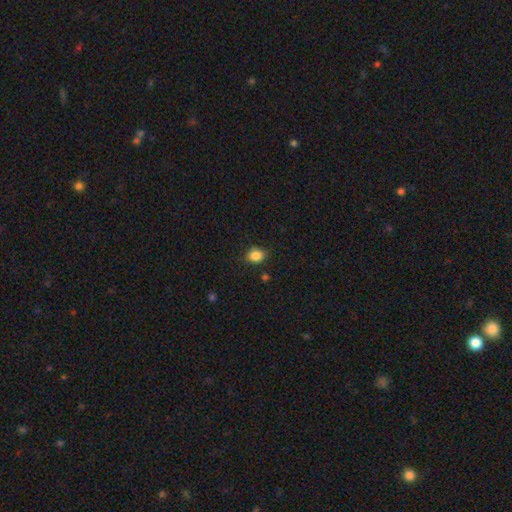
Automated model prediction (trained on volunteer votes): Smooth or featured? Predicted: smooth (p=0.85). How rounded? Predicted: in between (p=0.50). Merging? Predicted: none (p=0.83).